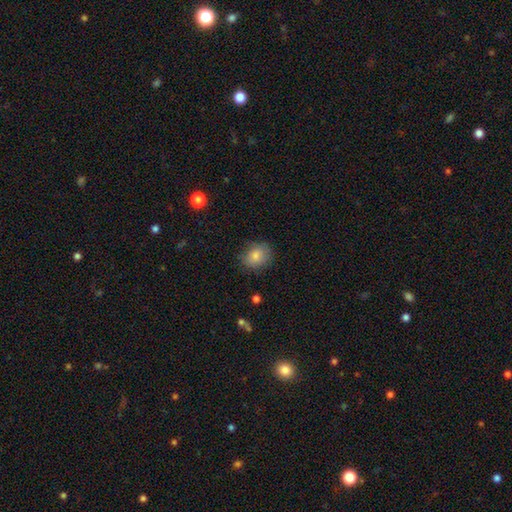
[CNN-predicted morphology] A smooth galaxy with no disk features (82%) that is round (57%). Merging: none (79%).